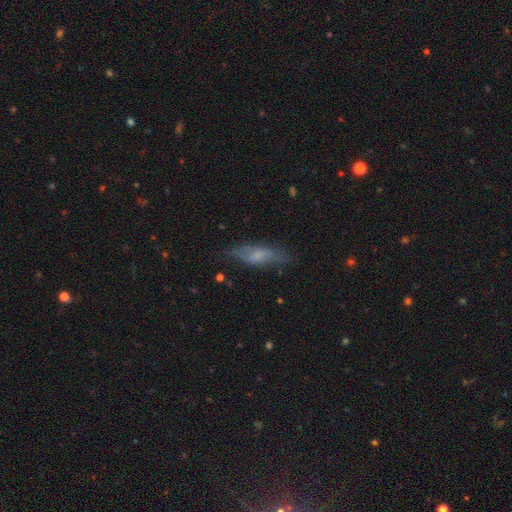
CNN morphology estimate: smooth_or_featured: smooth (p=0.56) [alt: featured or disk p=0.35]
how_rounded: cigar-shaped (p=0.55) [alt: in between p=0.43]
merging: none (p=0.71) [alt: minor disturbance p=0.20]